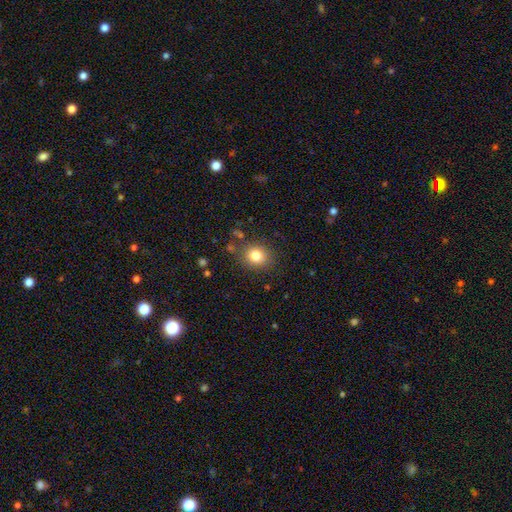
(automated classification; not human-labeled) A smooth galaxy with no disk features (81%) that is round (75%).

Vote fractions:
- Smooth or featured? smooth: 81% / star or artifact: 12% / featured or disk: 7%
- How rounded? round: 75% / in between: 24% / cigar-shaped: 1%
- Merging? none: 83% / minor disturbance: 11% / major disturbance: 4% / merger: 3%